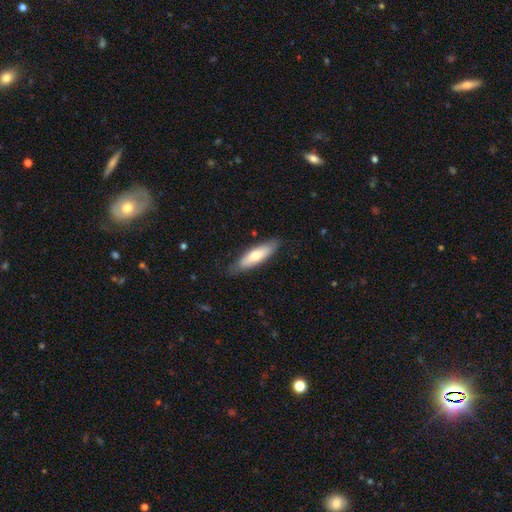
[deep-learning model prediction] A smooth galaxy with no disk features (65%) that is cigar-shaped (53%). Merging: none (80%).